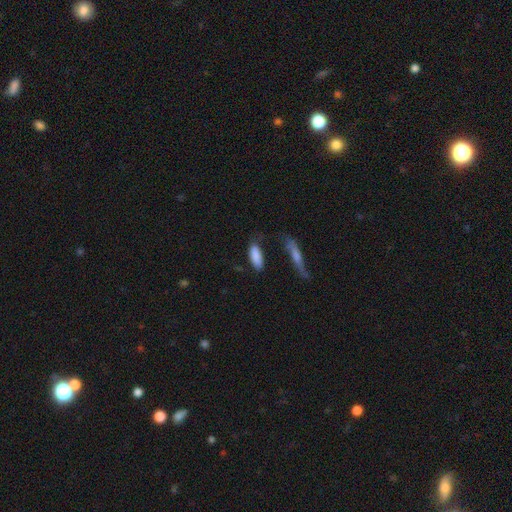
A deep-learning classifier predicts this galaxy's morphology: A smooth galaxy with no disk features (85%) that is in between round and cigar-shaped (73%). Merging: none (63%).